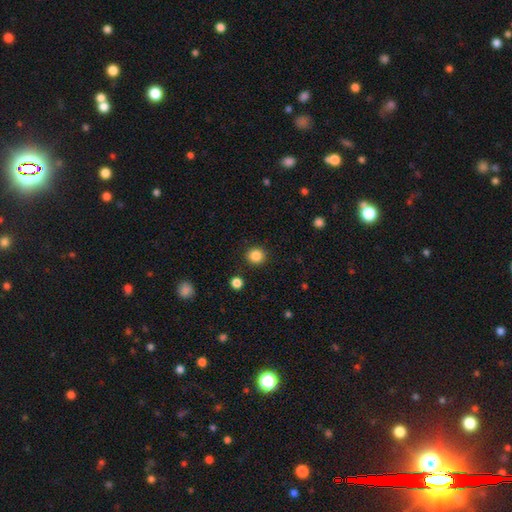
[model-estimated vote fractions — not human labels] smooth-or-featured: smooth: 86% | star or artifact: 11% | featured or disk: 4%
  how-rounded: round: 90% | in between: 9% | cigar-shaped: 1%
  merging: none: 91% | minor disturbance: 6% | major disturbance: 2% | merger: 2%